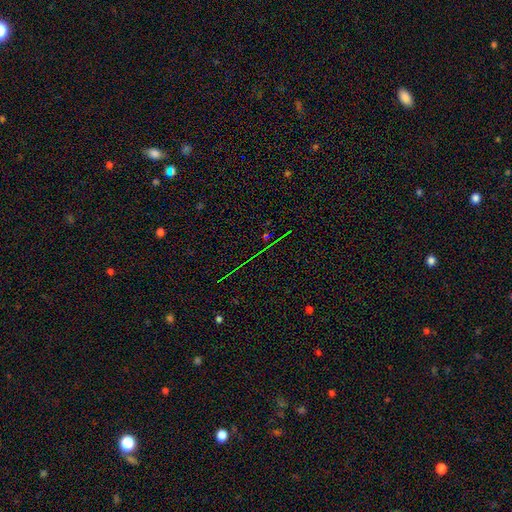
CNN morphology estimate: This appears to be a star or artifact, not a galaxy (74%).